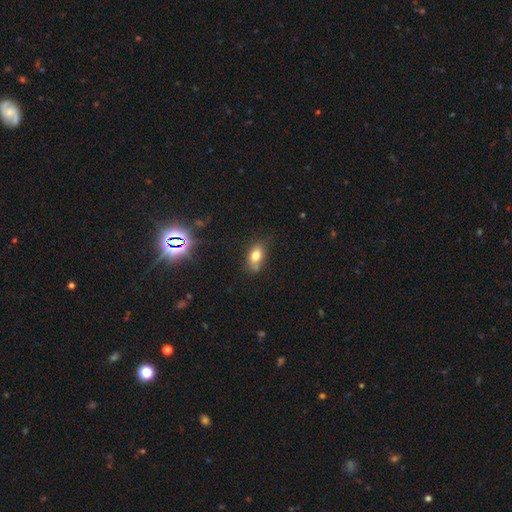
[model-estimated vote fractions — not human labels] The model was most divided on "merging": none: 65%, minor disturbance: 24%, merger: 5%, major disturbance: 5%. More confident: how rounded — in between (84%); smooth or featured — smooth (76%).